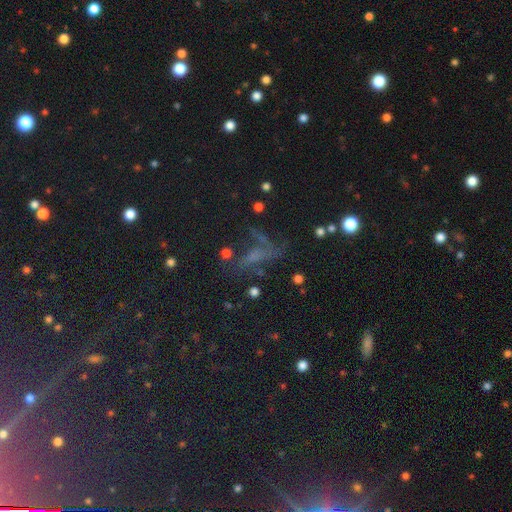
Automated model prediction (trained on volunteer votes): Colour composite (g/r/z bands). It shows a star or artifact, not a galaxy (47%).